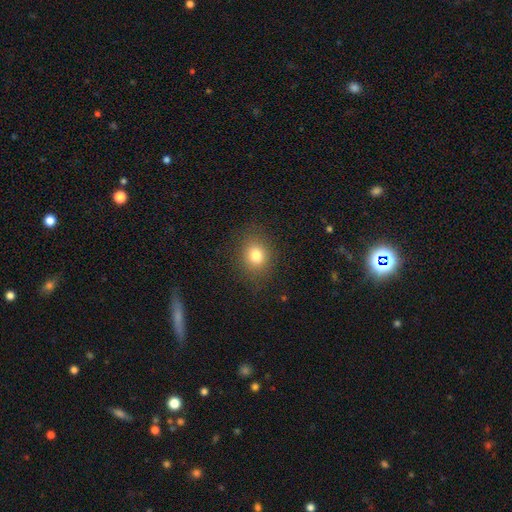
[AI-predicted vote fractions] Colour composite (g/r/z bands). It shows a smooth galaxy with no disk features (79%) that is round (60%). Merging: none (84%).